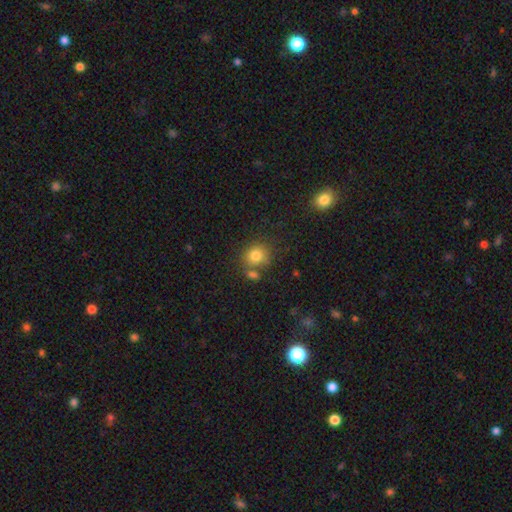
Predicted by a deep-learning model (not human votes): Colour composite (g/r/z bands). It shows a smooth galaxy with no disk features (80%) that is round (78%). Merging: none (63%).